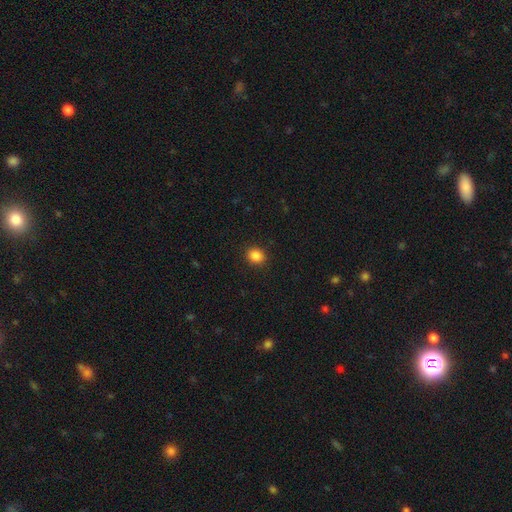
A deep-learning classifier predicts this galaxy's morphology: type=smooth (87%); roundness=round (71%); merging=none (91%).